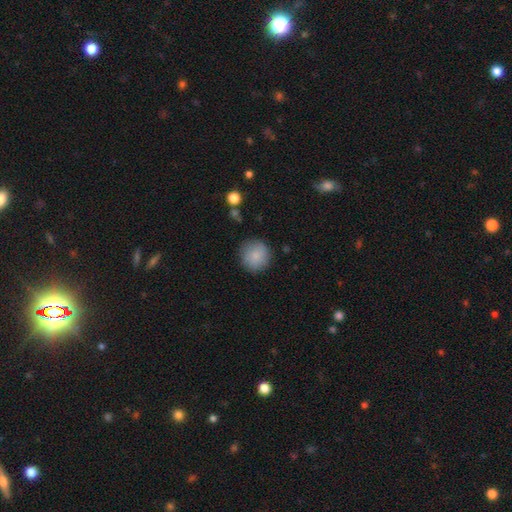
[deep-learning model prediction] Smooth or featured?
  - smooth: 85% *
  - star or artifact: 7%
  - featured or disk: 7%
How rounded?
  - round: 94% *
  - in between: 5%
  - cigar-shaped: 1%
Merging?
  - none: 85% *
  - minor disturbance: 10%
  - major disturbance: 3%
  - merger: 2%